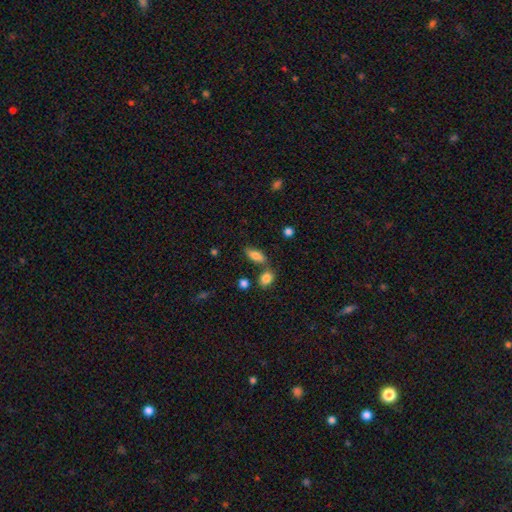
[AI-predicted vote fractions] Q: Smooth or featured?
A: smooth (78%); runner-up: featured or disk (13%)
Q: How rounded?
A: in between (79%); runner-up: cigar-shaped (16%)
Q: Merging?
A: none (61%); runner-up: merger (17%)